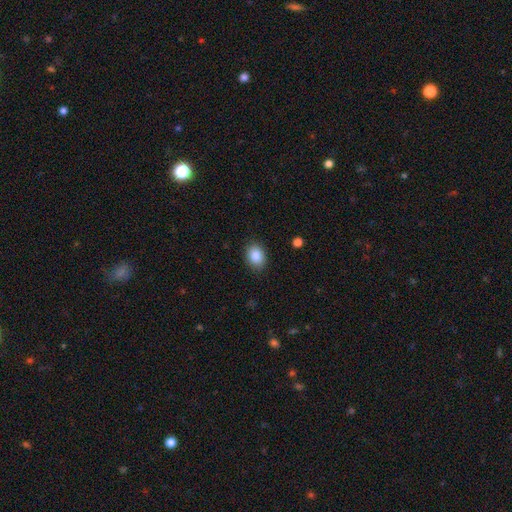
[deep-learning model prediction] Smooth or featured? Predicted: smooth (p=0.88). How rounded? Predicted: in between (p=0.67). Merging? Predicted: none (p=0.86).